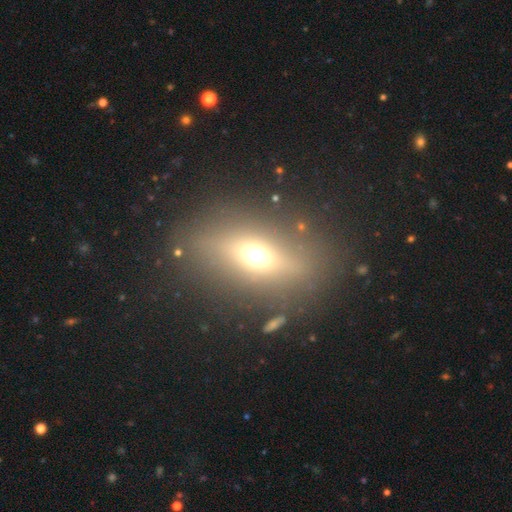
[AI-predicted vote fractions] smooth-or-featured: smooth: 53% | featured or disk: 25% | star or artifact: 22%
  how-rounded: in between: 62% | round: 28% | cigar-shaped: 10%
  merging: none: 80% | minor disturbance: 10% | major disturbance: 7% | merger: 3%